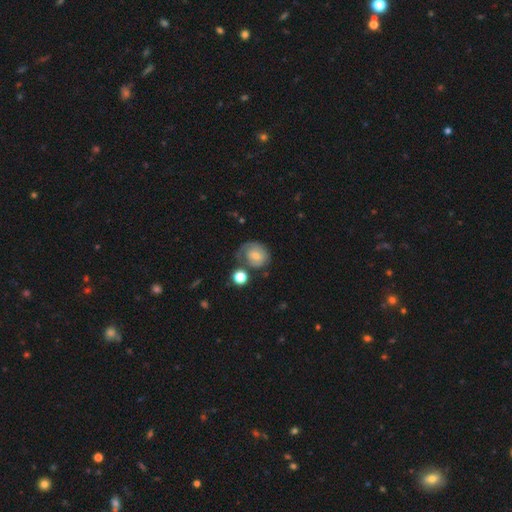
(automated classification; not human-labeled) A smooth galaxy with no disk features (50%) that is round (70%).

Vote fractions:
- Smooth or featured? smooth: 50% / featured or disk: 42% / star or artifact: 8%
- How rounded? round: 70% / in between: 29% / cigar-shaped: 1%
- Merging? none: 43% / minor disturbance: 25% / major disturbance: 22% / merger: 11%